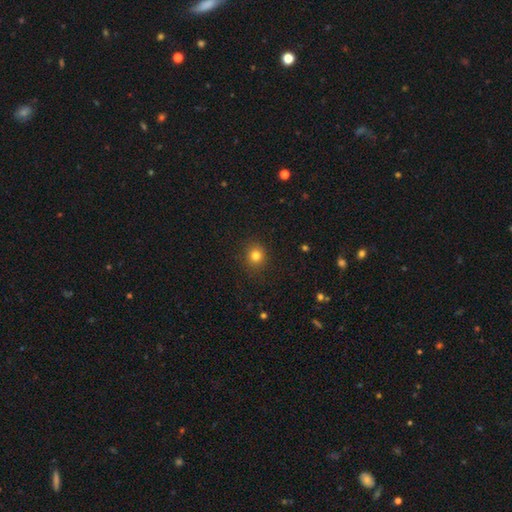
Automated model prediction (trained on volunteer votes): Overall: smooth (80%). How rounded: round (86%). Merging: none (89%).